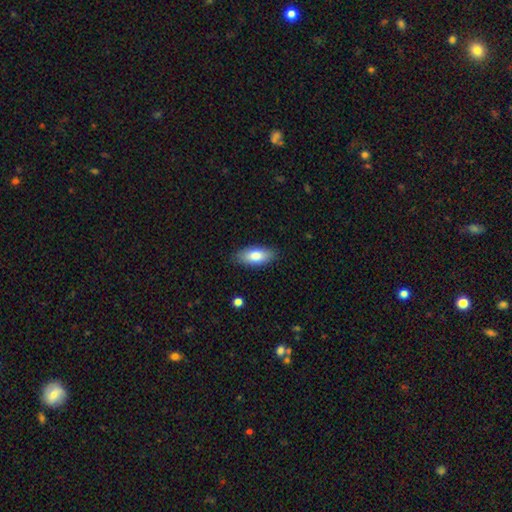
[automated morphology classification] type=smooth (80%); roundness=in between (88%); merging=none (86%).